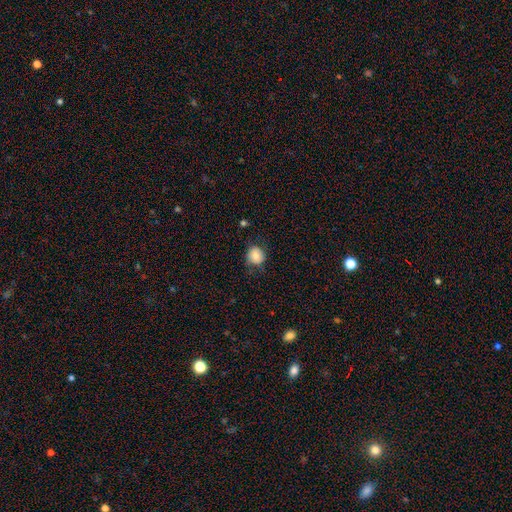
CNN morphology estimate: Q: Smooth or featured?
A: smooth (78%); runner-up: featured or disk (13%)
Q: How rounded?
A: round (80%); runner-up: in between (20%)
Q: Merging?
A: none (72%); runner-up: minor disturbance (20%)